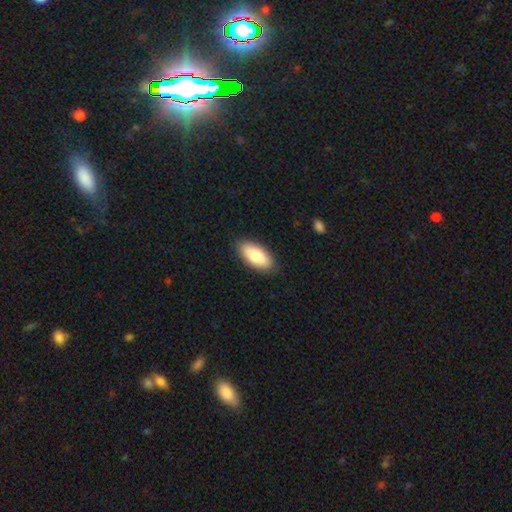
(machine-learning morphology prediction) A smooth galaxy with no disk features (83%) that is in between round and cigar-shaped (88%). Merging: none (87%).